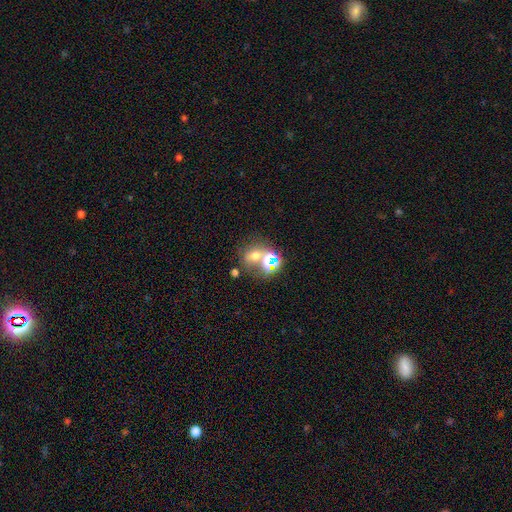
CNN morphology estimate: Smooth or featured: smooth — 50% (star or artifact — 34%)
Merging: none — 49% (merger — 32%)